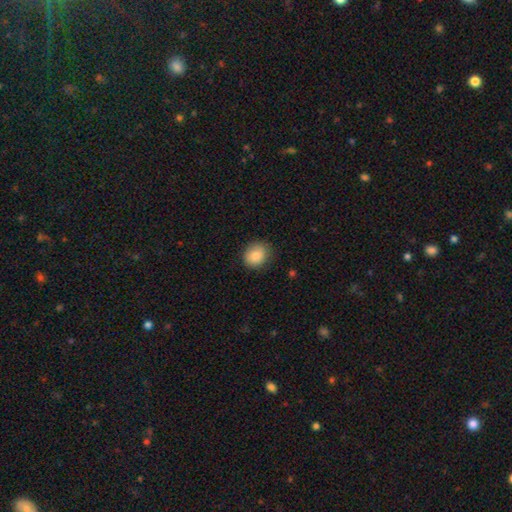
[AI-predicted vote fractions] Q: Smooth or featured?
A: smooth (87%); runner-up: star or artifact (8%)
Q: How rounded?
A: round (66%); runner-up: in between (33%)
Q: Merging?
A: none (82%); runner-up: minor disturbance (14%)